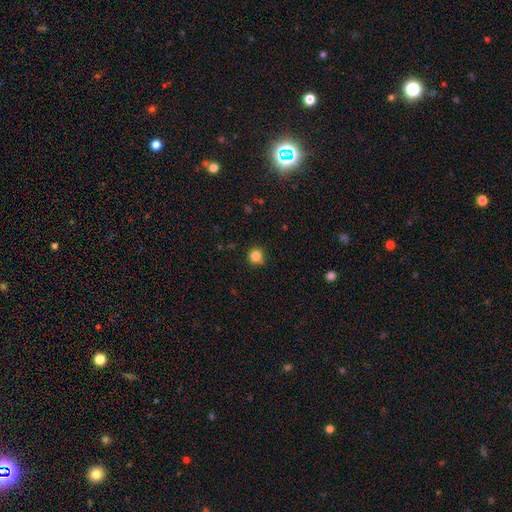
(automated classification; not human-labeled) A smooth galaxy with no disk features (83%) that is round (93%).

Vote fractions:
- Smooth or featured? smooth: 83% / star or artifact: 12% / featured or disk: 5%
- How rounded? round: 93% / in between: 6% / cigar-shaped: 1%
- Merging? none: 80% / minor disturbance: 14% / major disturbance: 3% / merger: 3%